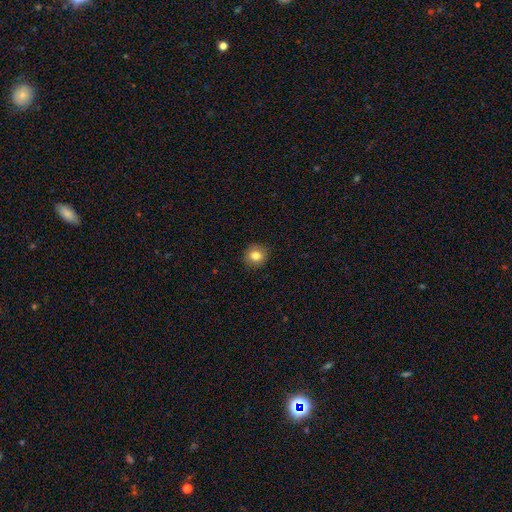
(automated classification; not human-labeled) A smooth galaxy with no disk features (82%) that is round (86%).

Vote fractions:
- Smooth or featured? smooth: 82% / star or artifact: 10% / featured or disk: 8%
- How rounded? round: 86% / in between: 13% / cigar-shaped: 1%
- Merging? none: 90% / minor disturbance: 7% / major disturbance: 2% / merger: 1%